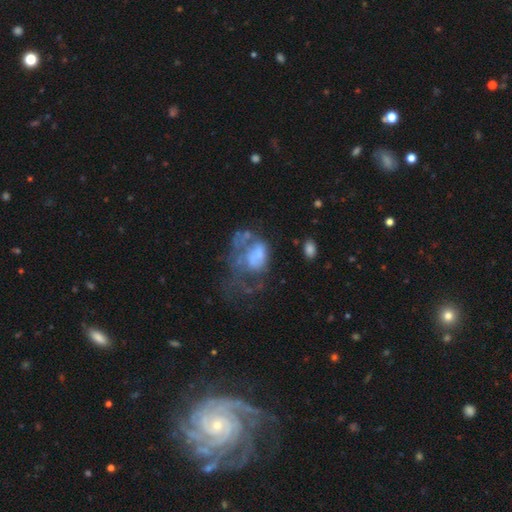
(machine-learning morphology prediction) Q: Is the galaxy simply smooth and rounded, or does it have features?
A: featured or disk — 51%.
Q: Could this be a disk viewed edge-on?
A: no — 98%.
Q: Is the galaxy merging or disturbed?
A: major disturbance — 53%.